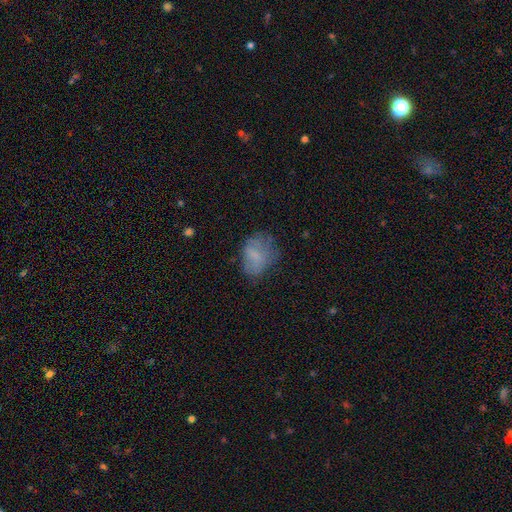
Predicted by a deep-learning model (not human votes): Q: Smooth or featured?
A: smooth (66%); runner-up: featured or disk (23%)
Q: How rounded?
A: in between (67%); runner-up: round (32%)
Q: Merging?
A: none (49%); runner-up: minor disturbance (28%)